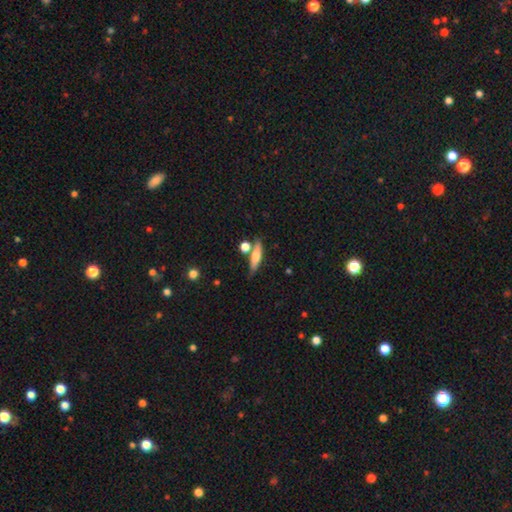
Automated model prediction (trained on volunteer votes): Q: Smooth or featured?
A: smooth (60%); runner-up: featured or disk (33%)
Q: How rounded?
A: cigar-shaped (73%); runner-up: in between (23%)
Q: Merging?
A: none (69%); runner-up: merger (14%)